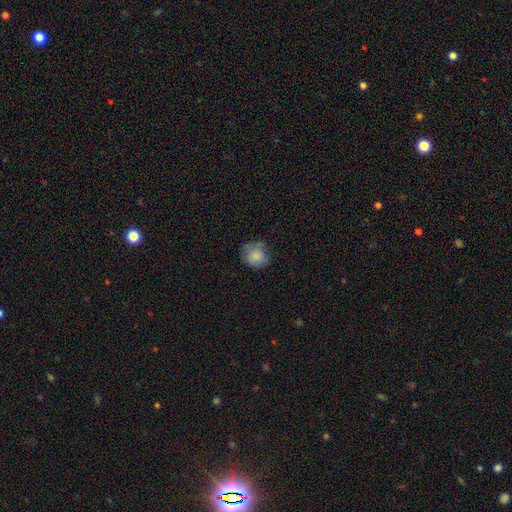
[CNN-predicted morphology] smooth_or_featured: smooth (p=0.81) [alt: featured or disk p=0.11]
how_rounded: round (p=0.78) [alt: in between p=0.21]
merging: none (p=0.64) [alt: minor disturbance p=0.26]